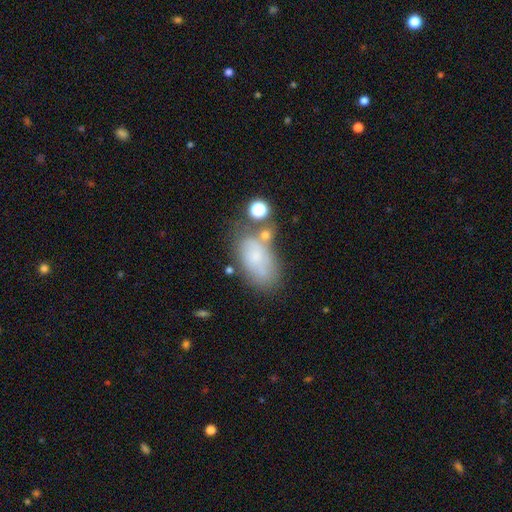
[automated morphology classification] This is likely a smooth galaxy (62%). How rounded: clearly in between (90%). Merging: possibly none (46%).